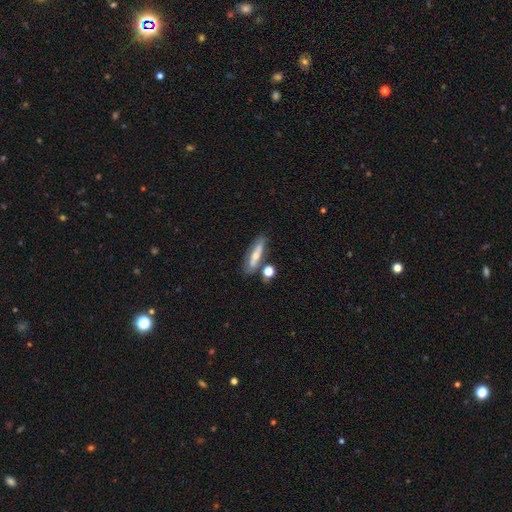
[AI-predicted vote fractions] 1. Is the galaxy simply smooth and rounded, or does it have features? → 51% smooth, 41% featured or disk, 8% star or artifact.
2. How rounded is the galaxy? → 65% cigar-shaped, 30% in between, 5% round.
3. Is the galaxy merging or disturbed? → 68% none, 14% minor disturbance, 13% merger, 5% major disturbance.